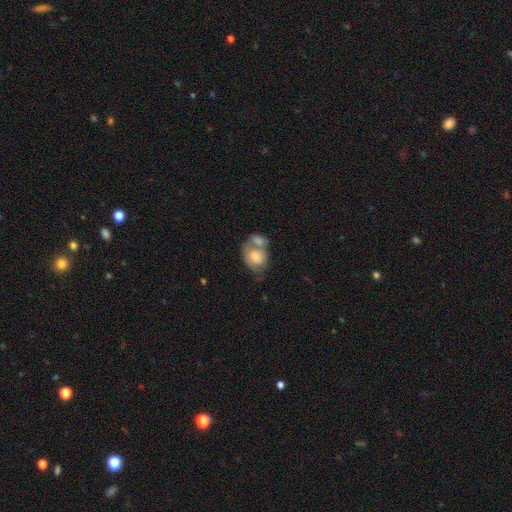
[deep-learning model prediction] smooth_or_featured: smooth (p=0.70) [alt: featured or disk p=0.23]
how_rounded: in between (p=0.60) [alt: round p=0.39]
merging: merger (p=0.57) [alt: none p=0.23]